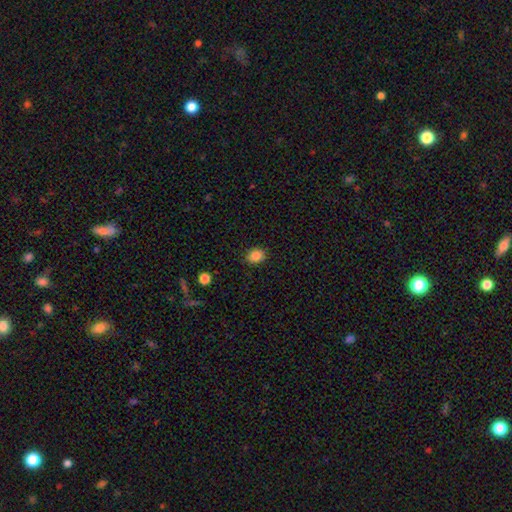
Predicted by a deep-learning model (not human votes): This is clearly a smooth galaxy (86%). How rounded: possibly round (51%). Merging: clearly none (87%).